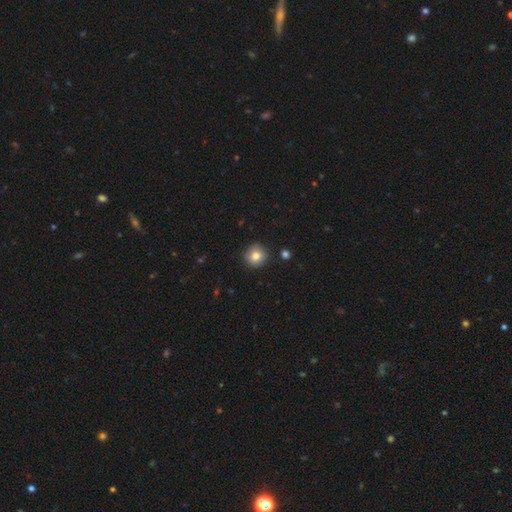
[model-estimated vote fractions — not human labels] Overall: smooth (80%). How rounded: round (94%). Merging: none (89%).